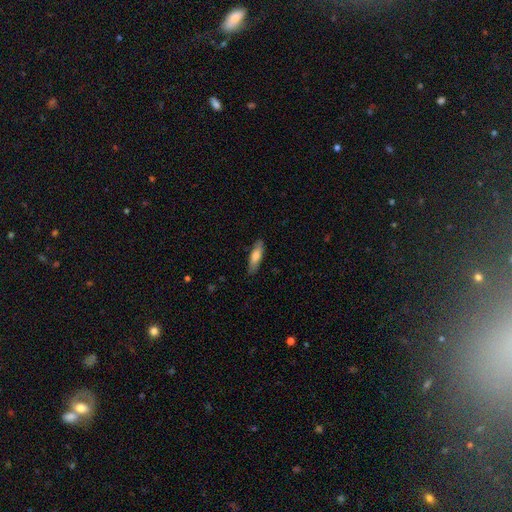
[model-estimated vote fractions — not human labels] A smooth galaxy with no disk features (69%) that is cigar-shaped (57%).

Vote fractions:
- Smooth or featured? smooth: 69% / featured or disk: 25% / star or artifact: 6%
- How rounded? cigar-shaped: 57% / in between: 41% / round: 2%
- Merging? none: 84% / minor disturbance: 12% / major disturbance: 2% / merger: 1%